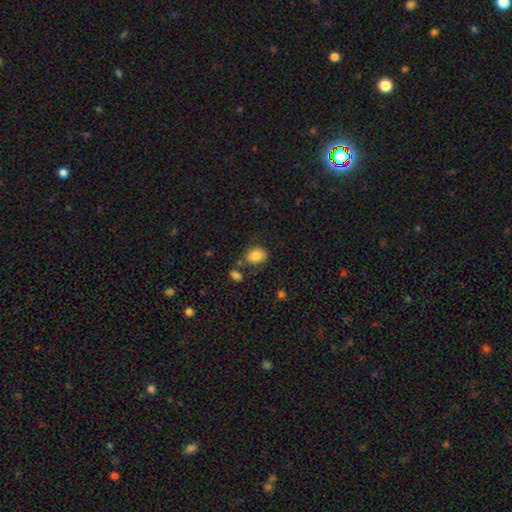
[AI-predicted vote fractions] This appears to be a smooth galaxy with no disk features (84%) that is in between round and cigar-shaped (53%). Merging: none (73%).